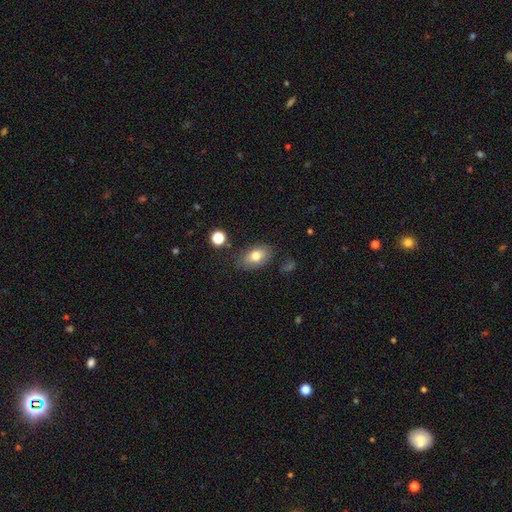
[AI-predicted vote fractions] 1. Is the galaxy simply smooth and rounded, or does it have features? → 75% smooth, 16% featured or disk, 9% star or artifact.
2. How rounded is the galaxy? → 87% in between, 10% round, 2% cigar-shaped.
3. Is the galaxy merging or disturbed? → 76% none, 17% minor disturbance, 4% major disturbance, 3% merger.